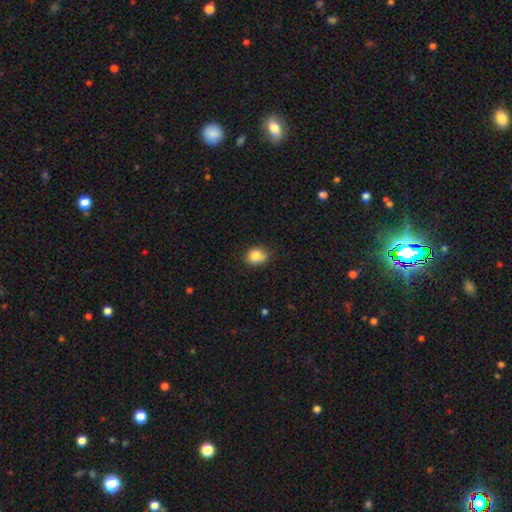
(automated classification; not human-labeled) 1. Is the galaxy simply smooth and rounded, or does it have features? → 84% smooth, 9% star or artifact, 6% featured or disk.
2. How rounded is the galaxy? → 60% round, 39% in between, 1% cigar-shaped.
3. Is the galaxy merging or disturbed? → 74% none, 20% minor disturbance, 3% major disturbance, 2% merger.